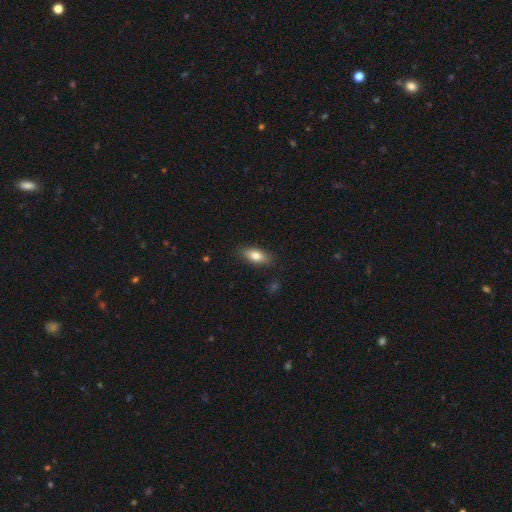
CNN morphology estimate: Smooth or featured? Predicted: smooth (p=0.80). How rounded? Predicted: in between (p=0.84). Merging? Predicted: none (p=0.86).